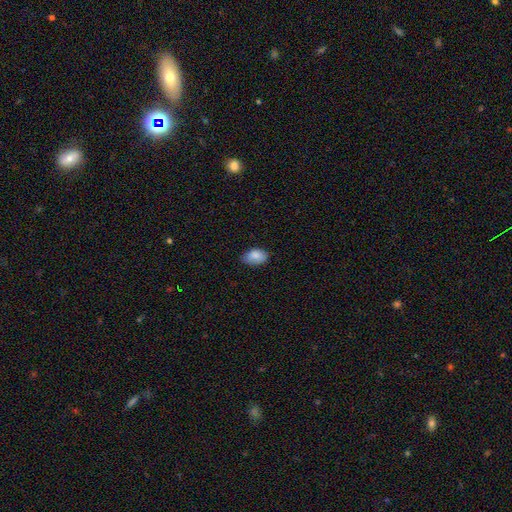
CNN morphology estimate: Smooth or featured?
  - smooth: 85% *
  - star or artifact: 7%
  - featured or disk: 7%
How rounded?
  - in between: 87% *
  - round: 11%
  - cigar-shaped: 1%
Merging?
  - none: 73% *
  - minor disturbance: 23%
  - major disturbance: 3%
  - merger: 1%